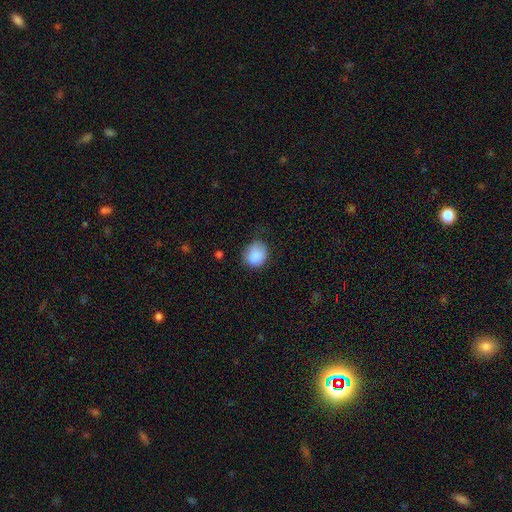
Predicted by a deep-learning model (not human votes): smooth 86%, star or artifact 8%, featured or disk 6%. Down the decision tree: how rounded — round (66%); merging — none (63%).